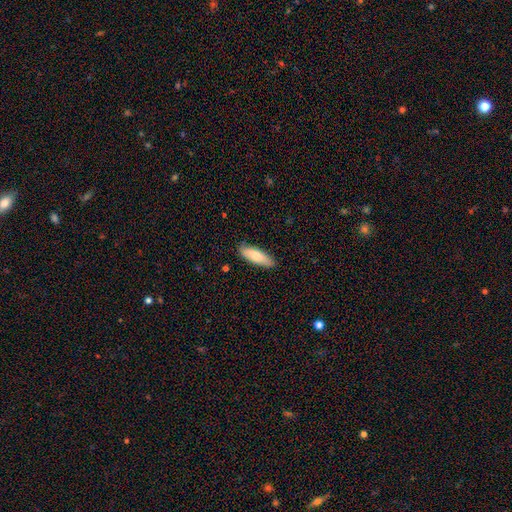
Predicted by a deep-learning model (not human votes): Morphology: type=smooth (79%); roundness=in between (55%); merging=none (87%).